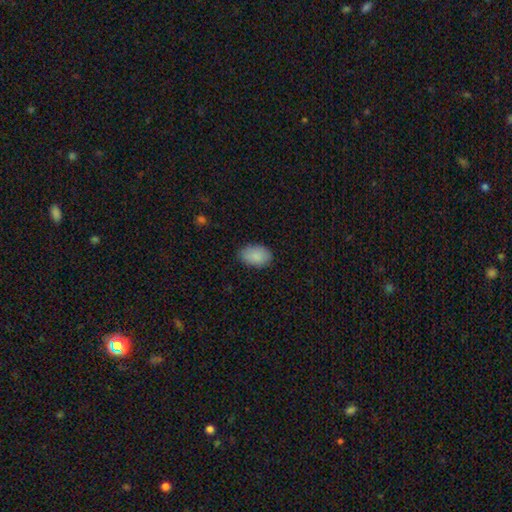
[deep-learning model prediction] Q: Smooth or featured?
A: smooth (89%); runner-up: star or artifact (7%)
Q: How rounded?
A: in between (89%); runner-up: round (10%)
Q: Merging?
A: none (82%); runner-up: minor disturbance (14%)